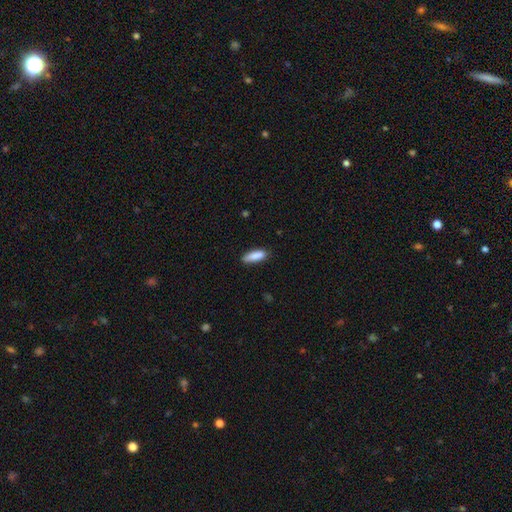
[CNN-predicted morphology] smooth_or_featured: smooth (p=0.88) [alt: star or artifact p=0.06]
how_rounded: cigar-shaped (p=0.50) [alt: in between p=0.48]
merging: none (p=0.78) [alt: minor disturbance p=0.17]